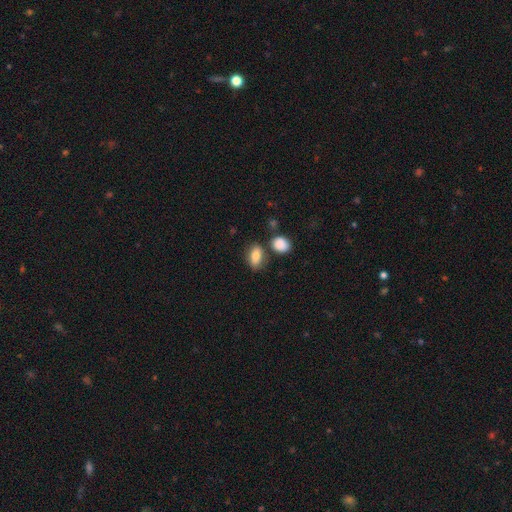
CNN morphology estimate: Overall: smooth (81%). How rounded: in between (87%). Merging: none (70%).